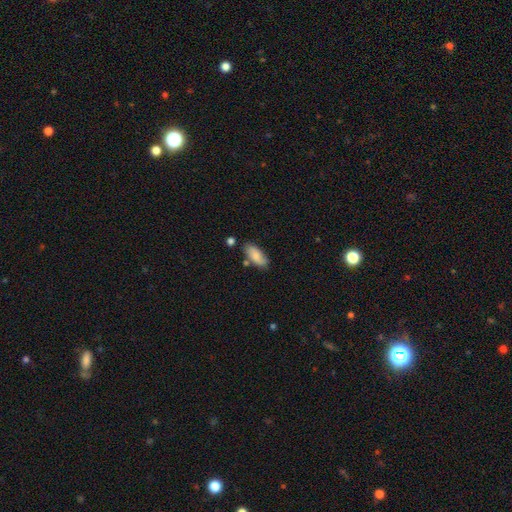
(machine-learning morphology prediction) This appears to be a smooth galaxy with no disk features (76%) that is in between round and cigar-shaped (86%). Merging: none (72%).